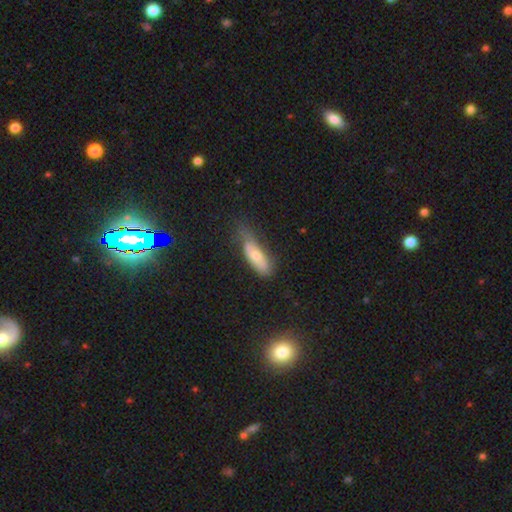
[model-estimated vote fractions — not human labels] Smooth or featured? Predicted: smooth (p=0.62). How rounded? Predicted: in between (p=0.62). Merging? Predicted: none (p=0.40).